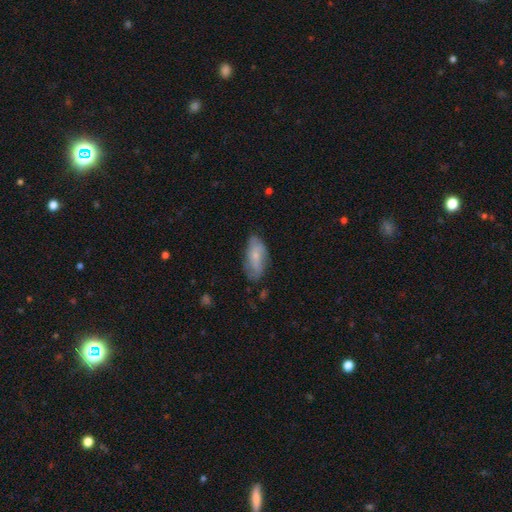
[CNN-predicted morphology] smooth_or_featured: smooth (p=0.54) [alt: featured or disk p=0.40]
how_rounded: in between (p=0.83) [alt: cigar-shaped p=0.14]
merging: none (p=0.66) [alt: minor disturbance p=0.26]